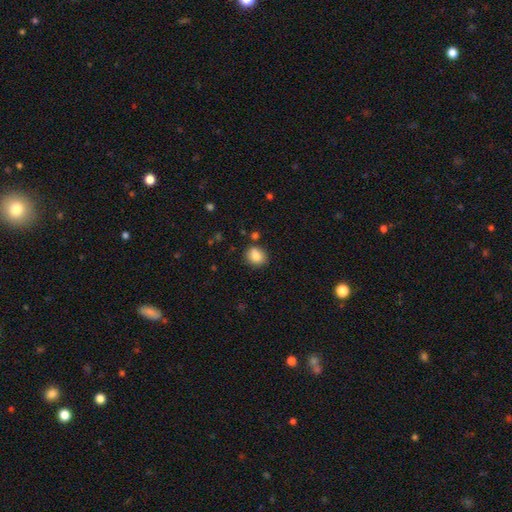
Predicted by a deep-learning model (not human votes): Smooth or featured: smooth — 84% (star or artifact — 9%)
How rounded: round — 66% (in between — 33%)
Merging: none — 76% (minor disturbance — 15%)